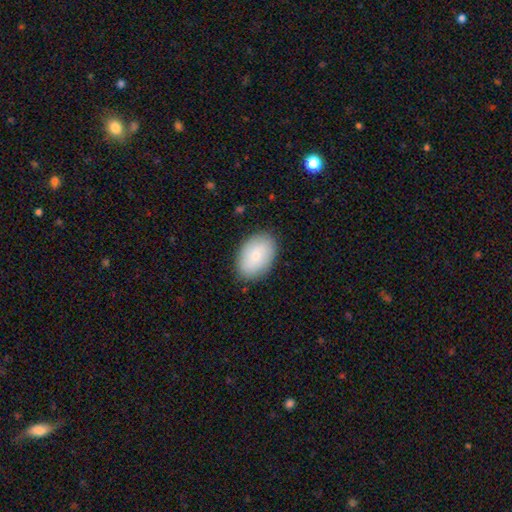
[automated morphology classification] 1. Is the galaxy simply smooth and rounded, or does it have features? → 78% smooth, 15% featured or disk, 7% star or artifact.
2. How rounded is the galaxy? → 88% in between, 11% round, 1% cigar-shaped.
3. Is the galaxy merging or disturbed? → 86% none, 10% minor disturbance, 3% major disturbance, 1% merger.